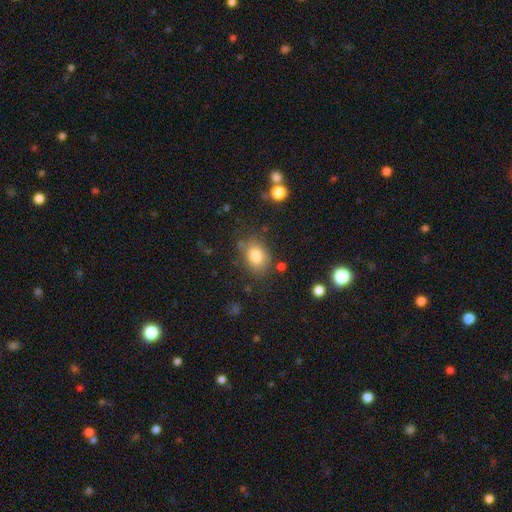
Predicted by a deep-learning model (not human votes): Smooth or featured: smooth — 82% (featured or disk — 9%)
How rounded: in between — 68% (round — 31%)
Merging: none — 72% (minor disturbance — 18%)